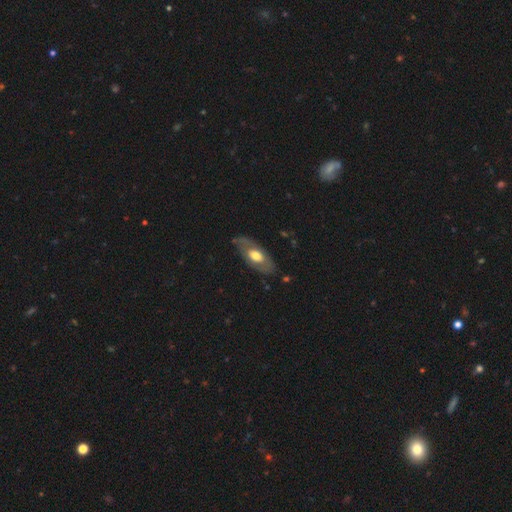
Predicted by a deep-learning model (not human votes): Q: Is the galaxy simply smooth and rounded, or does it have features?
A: featured or disk — 54%.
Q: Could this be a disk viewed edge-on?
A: no — 81%.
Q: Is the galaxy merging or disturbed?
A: none — 74%.